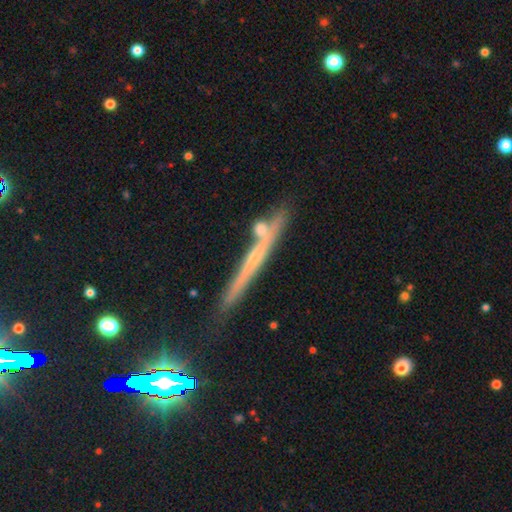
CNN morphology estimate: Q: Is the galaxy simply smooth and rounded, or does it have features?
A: featured or disk — 54%.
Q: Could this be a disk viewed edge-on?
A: yes — 93%.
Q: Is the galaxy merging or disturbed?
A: none — 74%.